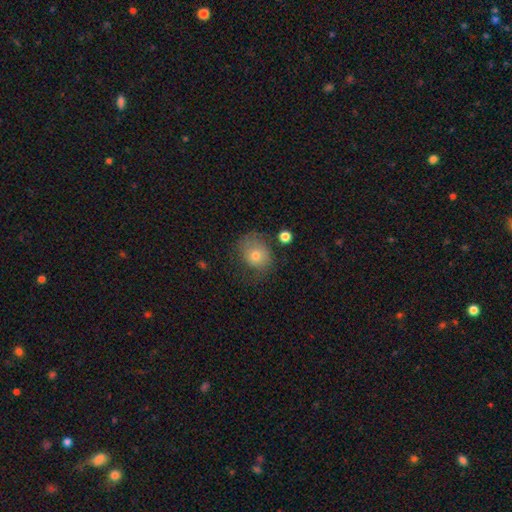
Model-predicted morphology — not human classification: smooth 68%, featured or disk 21%, star or artifact 11%. Down the decision tree: how rounded — round (70%); merging — none (55%).